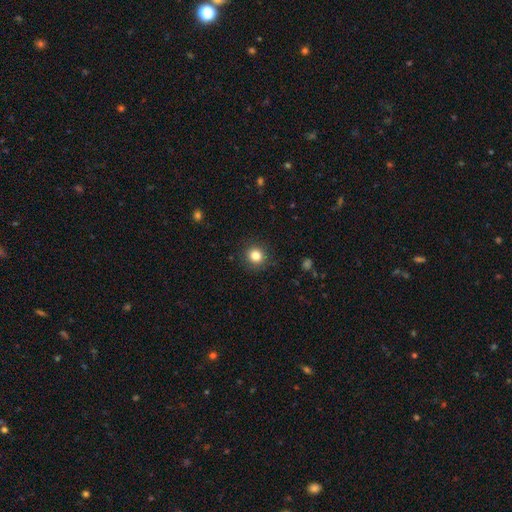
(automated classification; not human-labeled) Smooth or featured? smooth (83%)
How rounded? round (89%)
Merging? none (89%)